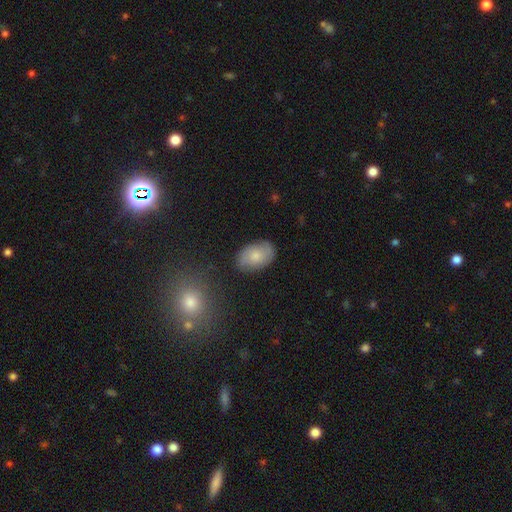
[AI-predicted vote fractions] Smooth or featured: smooth — 68% (featured or disk — 25%)
How rounded: in between — 85% (round — 14%)
Merging: none — 80% (minor disturbance — 15%)